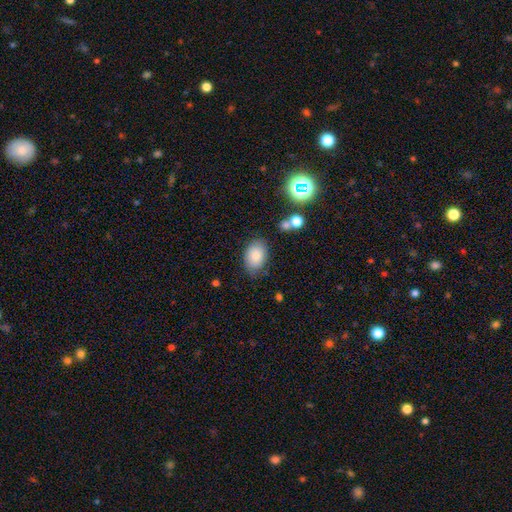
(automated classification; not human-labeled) Smooth or featured?
  - smooth: 83% *
  - featured or disk: 9%
  - star or artifact: 8%
How rounded?
  - in between: 87% *
  - round: 11%
  - cigar-shaped: 1%
Merging?
  - none: 76% *
  - minor disturbance: 17%
  - major disturbance: 4%
  - merger: 3%